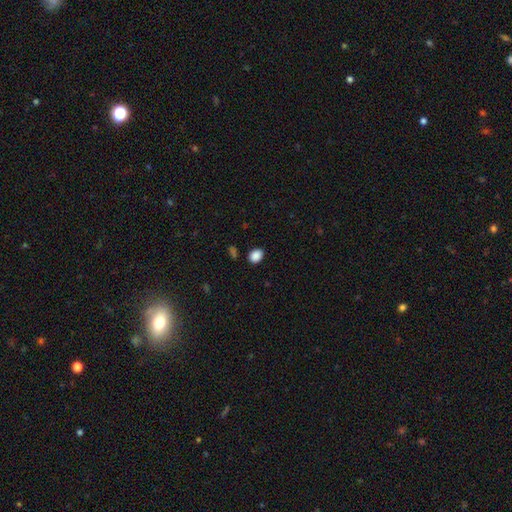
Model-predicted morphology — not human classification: Smooth or featured?
  - smooth: 88% *
  - star or artifact: 9%
  - featured or disk: 3%
How rounded?
  - in between: 70% *
  - round: 29%
  - cigar-shaped: 1%
Merging?
  - none: 85% *
  - minor disturbance: 10%
  - major disturbance: 2%
  - merger: 2%